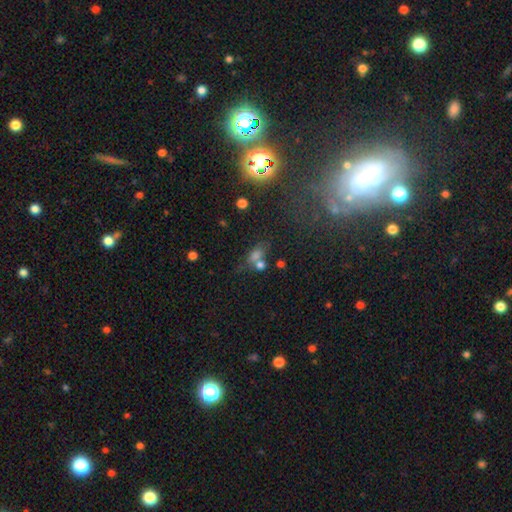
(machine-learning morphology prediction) A smooth galaxy with no disk features (53%) that is in between round and cigar-shaped (65%).

Vote fractions:
- Smooth or featured? smooth: 53% / star or artifact: 34% / featured or disk: 14%
- How rounded? in between: 65% / round: 29% / cigar-shaped: 6%
- Merging? none: 46% / merger: 33% / minor disturbance: 13% / major disturbance: 8%